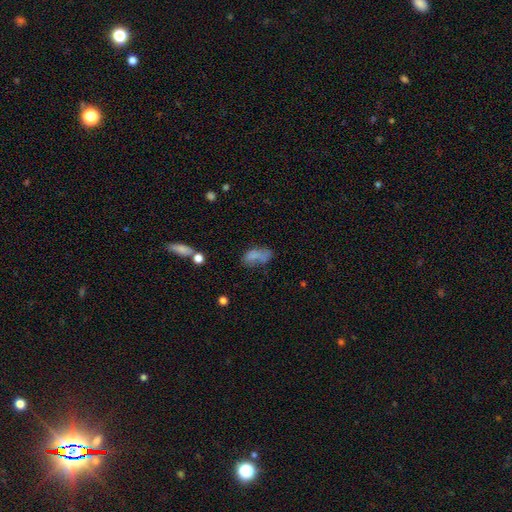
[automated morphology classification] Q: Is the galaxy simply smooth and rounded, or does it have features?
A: smooth — 68%.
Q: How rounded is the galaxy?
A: in between — 83%.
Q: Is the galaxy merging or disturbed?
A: none — 35%.